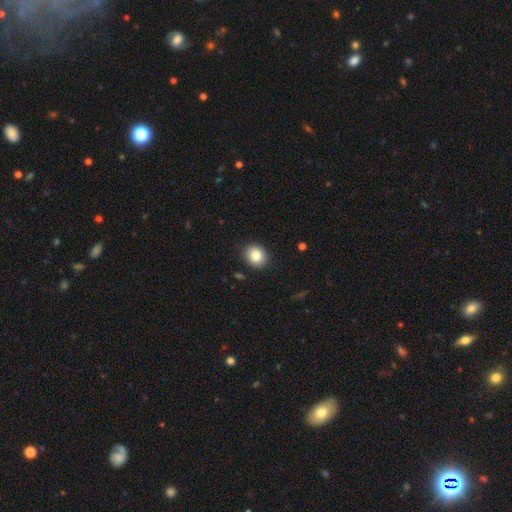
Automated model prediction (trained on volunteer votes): smooth 85%, star or artifact 9%, featured or disk 6%. Down the decision tree: how rounded — round (65%); merging — none (89%).